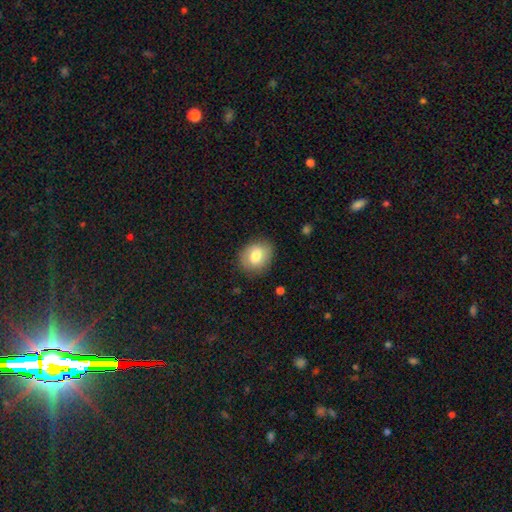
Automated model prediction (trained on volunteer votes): smooth_or_featured: smooth (p=0.77) [alt: featured or disk p=0.15]
how_rounded: round (p=0.57) [alt: in between p=0.42]
merging: none (p=0.82) [alt: minor disturbance p=0.13]